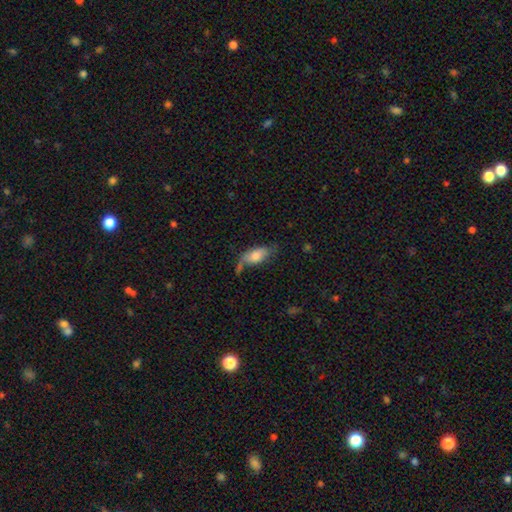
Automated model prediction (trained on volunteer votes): Smooth or featured?
  - smooth: 69% *
  - featured or disk: 23%
  - star or artifact: 7%
How rounded?
  - in between: 85% *
  - cigar-shaped: 12%
  - round: 4%
Merging?
  - none: 43% *
  - minor disturbance: 27%
  - major disturbance: 17%
  - merger: 13%